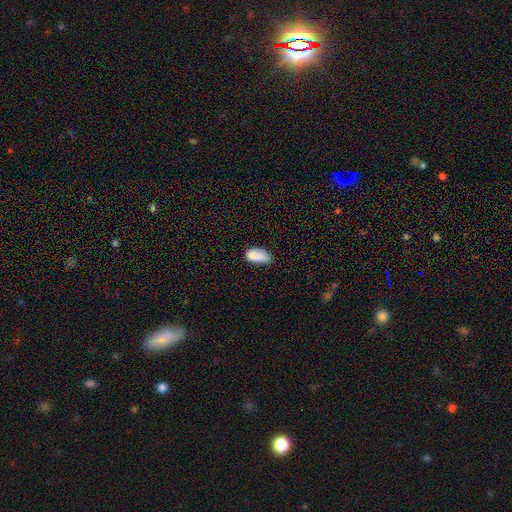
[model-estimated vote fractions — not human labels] smooth_or_featured: smooth (p=0.85) [alt: star or artifact p=0.09]
how_rounded: in between (p=0.93) [alt: cigar-shaped p=0.04]
merging: minor disturbance (p=0.44) [alt: none p=0.40]